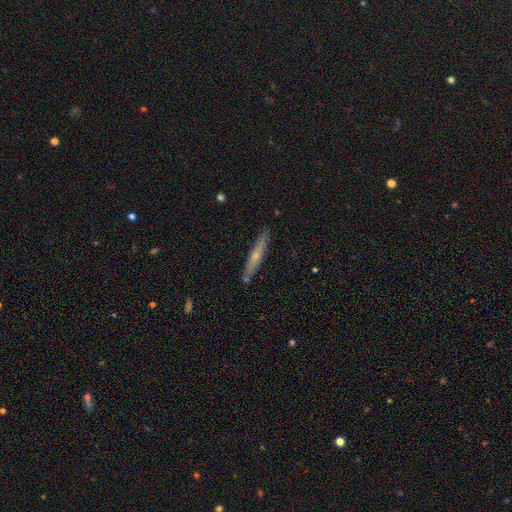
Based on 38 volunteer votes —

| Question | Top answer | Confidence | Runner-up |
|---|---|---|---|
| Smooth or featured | featured or disk | 50% | smooth (45%) |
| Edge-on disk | yes | 95% | no (5%) |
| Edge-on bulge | rounded | 61% | none (39%) |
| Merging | none | 92% | minor disturbance (6%) |